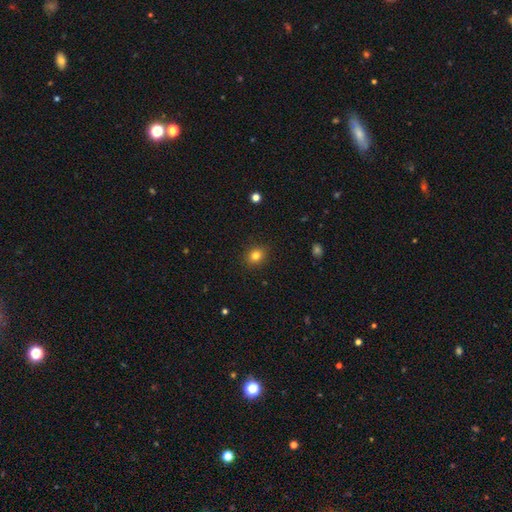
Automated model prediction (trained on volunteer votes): Smooth or featured: smooth — 81% (star or artifact — 12%)
How rounded: round — 67% (in between — 32%)
Merging: none — 90% (minor disturbance — 7%)